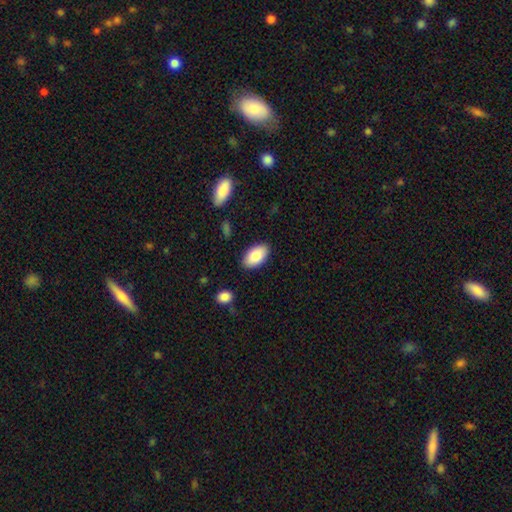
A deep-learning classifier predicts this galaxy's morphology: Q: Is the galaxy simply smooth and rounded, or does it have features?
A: smooth — 84%.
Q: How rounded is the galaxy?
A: in between — 95%.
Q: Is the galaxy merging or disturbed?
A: none — 87%.